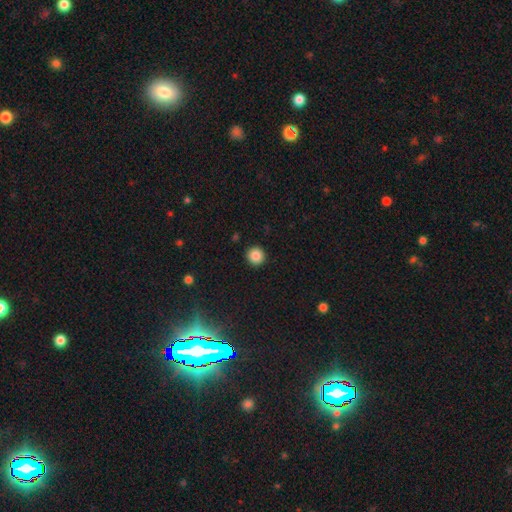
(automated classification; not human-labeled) smooth-or-featured: smooth: 86% | star or artifact: 10% | featured or disk: 4%
  how-rounded: round: 95% | in between: 4% | cigar-shaped: 1%
  merging: none: 93% | minor disturbance: 4% | major disturbance: 2% | merger: 1%